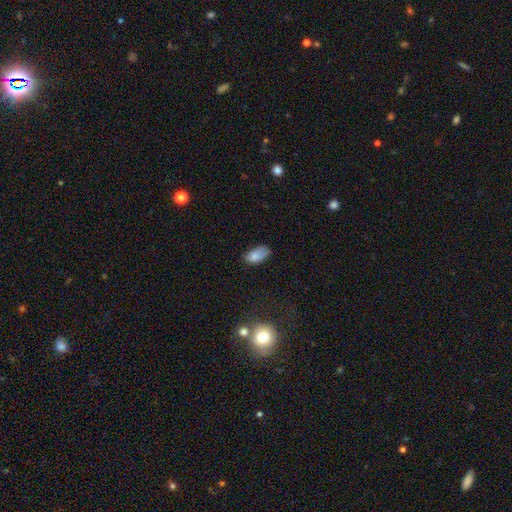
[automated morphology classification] Smooth or featured? smooth (79%)
How rounded? in between (93%)
Merging? none (50%)